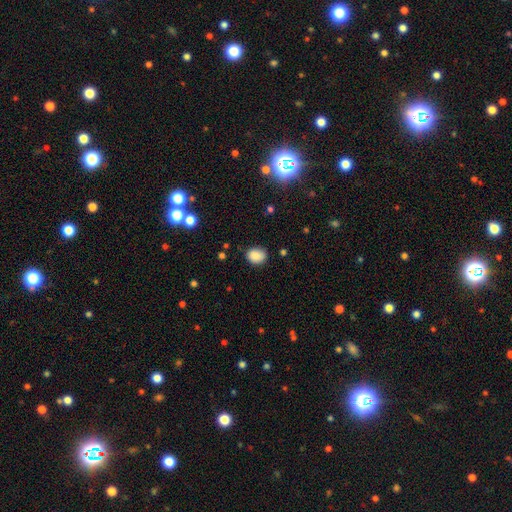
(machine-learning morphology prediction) smooth-or-featured: smooth: 87% | star or artifact: 9% | featured or disk: 4%
  how-rounded: in between: 50% | round: 49% | cigar-shaped: 1%
  merging: none: 79% | minor disturbance: 16% | major disturbance: 3% | merger: 2%